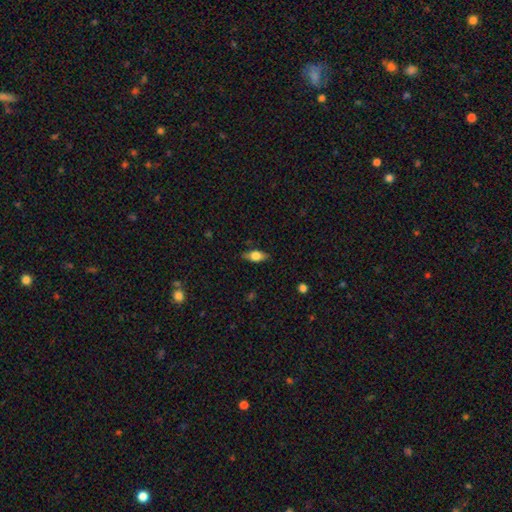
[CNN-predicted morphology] smooth-or-featured: smooth: 61% | featured or disk: 32% | star or artifact: 7%
  how-rounded: in between: 78% | cigar-shaped: 16% | round: 5%
  merging: none: 84% | minor disturbance: 12% | major disturbance: 3% | merger: 1%